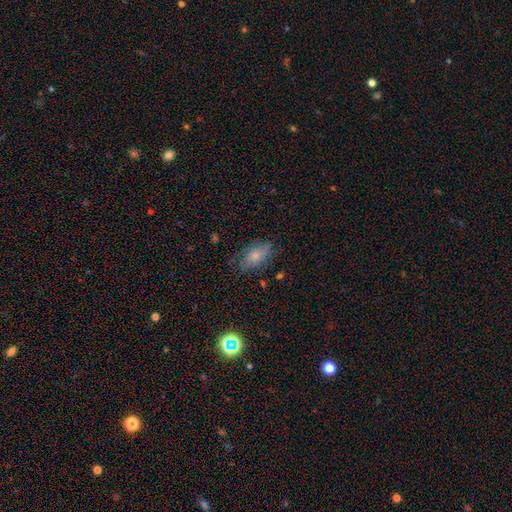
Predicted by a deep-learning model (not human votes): Smooth or featured?
  - smooth: 68% *
  - featured or disk: 22%
  - star or artifact: 10%
How rounded?
  - in between: 88% *
  - round: 6%
  - cigar-shaped: 6%
Merging?
  - none: 68% *
  - minor disturbance: 23%
  - major disturbance: 7%
  - merger: 2%